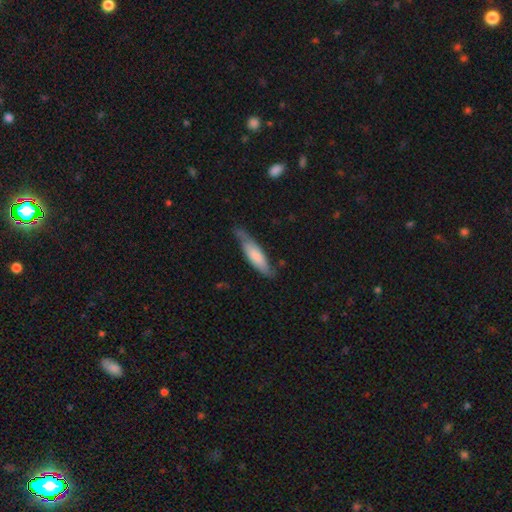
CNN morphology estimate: Smooth or featured? Predicted: smooth (p=0.64). How rounded? Predicted: cigar-shaped (p=0.64). Merging? Predicted: none (p=0.60).